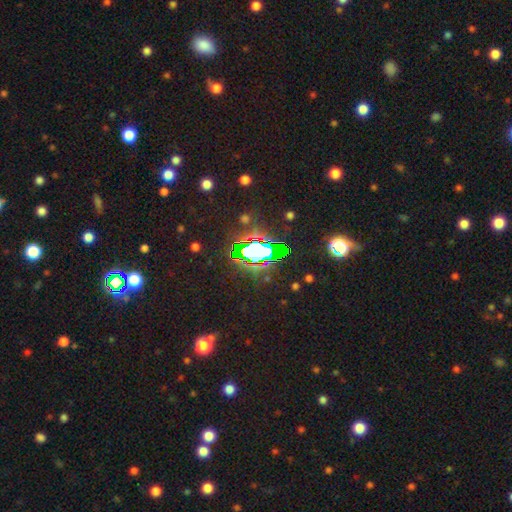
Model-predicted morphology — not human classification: type=star or artifact (70%).